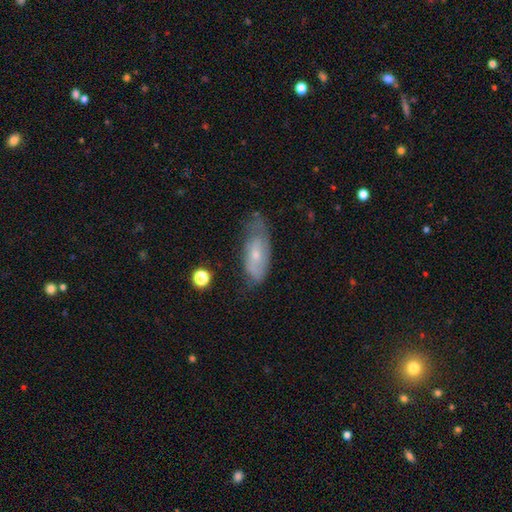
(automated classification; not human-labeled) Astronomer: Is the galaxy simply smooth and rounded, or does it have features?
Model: smooth — 48% (runner-up: featured or disk, 44%).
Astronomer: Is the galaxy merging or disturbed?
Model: none — 48% (runner-up: minor disturbance, 35%).